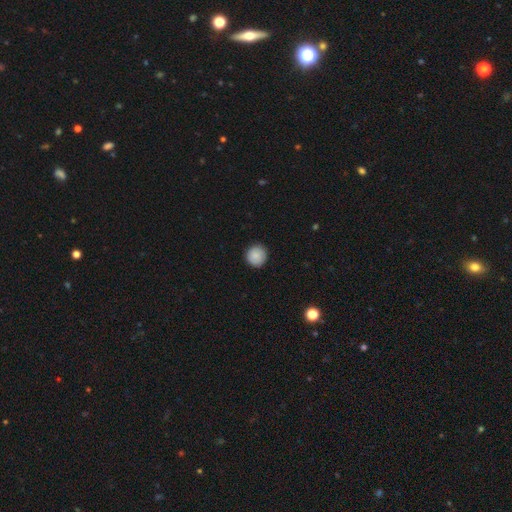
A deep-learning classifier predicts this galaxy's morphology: Smooth or featured: smooth — 88% (star or artifact — 7%)
How rounded: round — 93% (in between — 6%)
Merging: none — 91% (minor disturbance — 7%)